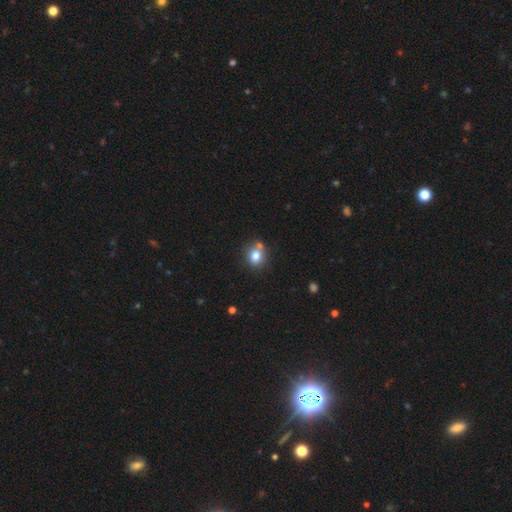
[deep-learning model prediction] smooth_or_featured: smooth (p=0.79) [alt: star or artifact p=0.11]
how_rounded: round (p=0.74) [alt: in between p=0.25]
merging: none (p=0.64) [alt: merger p=0.20]